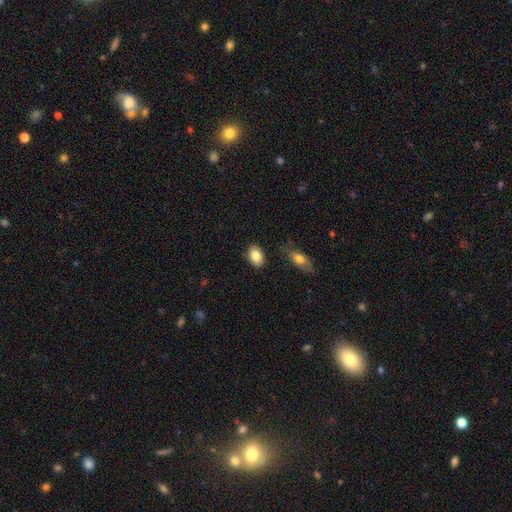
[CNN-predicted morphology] Smooth or featured? Predicted: smooth (p=0.83). How rounded? Predicted: in between (p=0.86). Merging? Predicted: none (p=0.84).